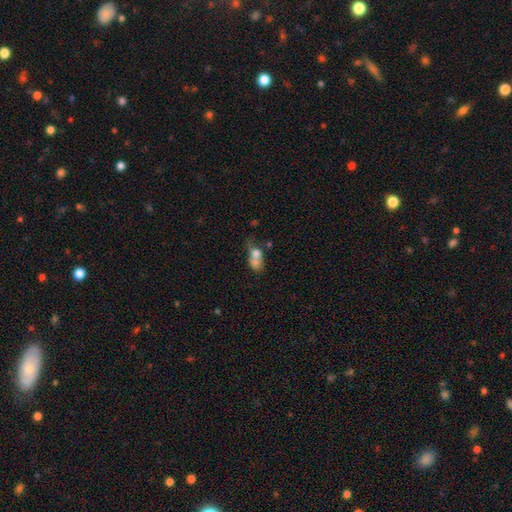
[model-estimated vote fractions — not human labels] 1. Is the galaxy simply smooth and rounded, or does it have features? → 65% smooth, 24% featured or disk, 11% star or artifact.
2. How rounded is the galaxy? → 53% in between, 43% round, 4% cigar-shaped.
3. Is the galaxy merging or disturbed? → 66% merger, 17% none, 9% major disturbance, 8% minor disturbance.